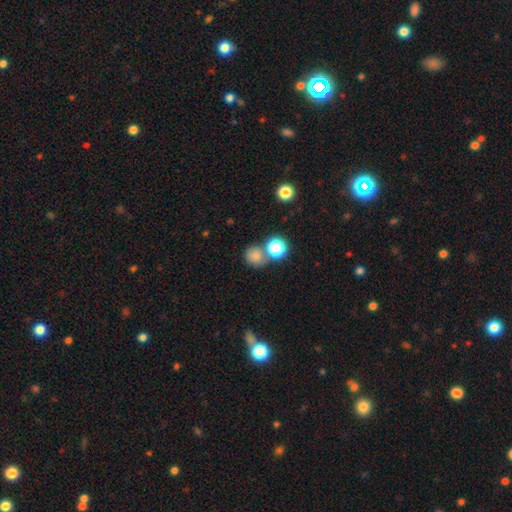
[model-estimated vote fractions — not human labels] Overall: smooth (78%). How rounded: round (84%). Merging: none (55%; merger 32%).